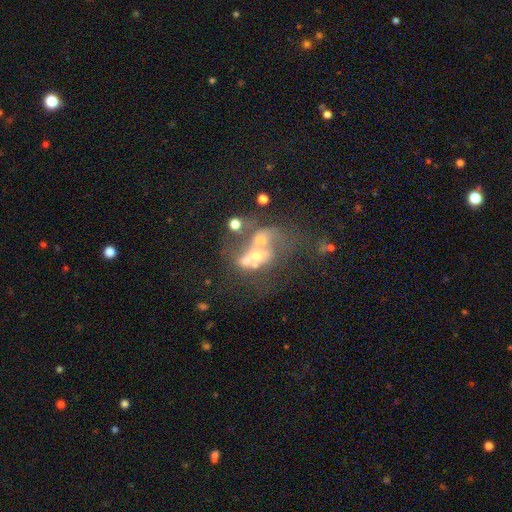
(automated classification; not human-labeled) smooth-or-featured: featured or disk: 57% | smooth: 27% | star or artifact: 16%
  disk-edge-on: no: 94% | yes: 6%
    bar: no: 81% | weak: 13% | strong: 7%
    has-spiral-arms: no: 81% | yes: 19%
    bulge-size: moderate: 49% | small: 27% | none: 12% | large: 8% | dominant: 3%
  merging: merger: 60% | major disturbance: 17% | none: 15% | minor disturbance: 8%